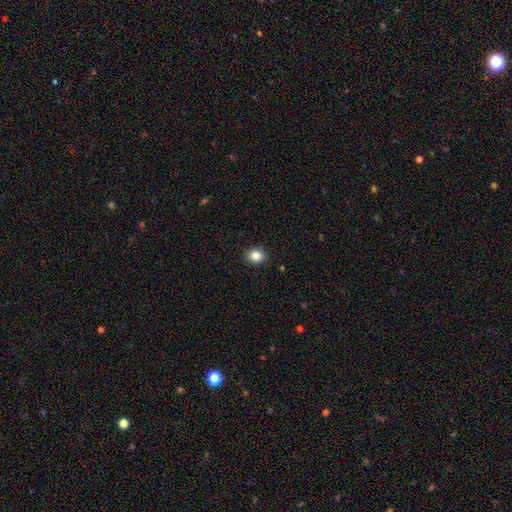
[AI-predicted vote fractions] The model was most divided on "how rounded": round: 74%, in between: 26%, cigar-shaped: 1%. More confident: merging — none (91%); smooth or featured — smooth (84%).